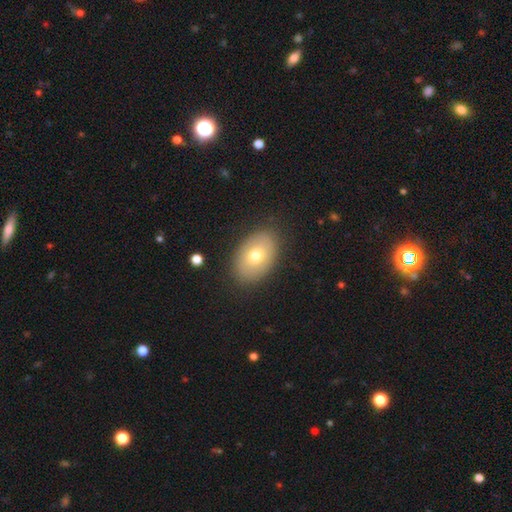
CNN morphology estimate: smooth-or-featured: smooth: 68% | featured or disk: 25% | star or artifact: 8%
  how-rounded: in between: 87% | round: 12% | cigar-shaped: 1%
  merging: none: 85% | minor disturbance: 10% | major disturbance: 3% | merger: 1%